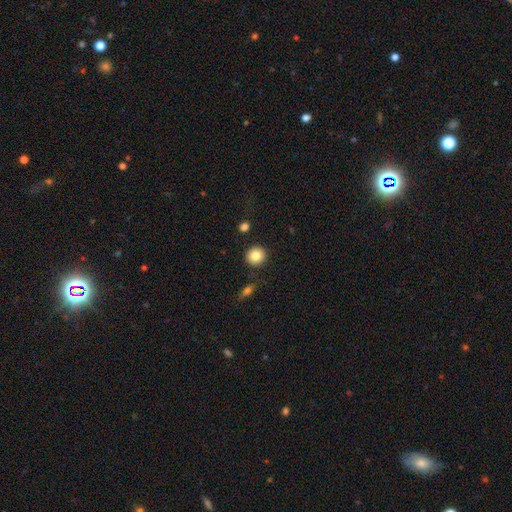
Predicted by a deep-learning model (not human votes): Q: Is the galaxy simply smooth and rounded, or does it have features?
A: smooth — 84%.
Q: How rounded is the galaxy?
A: round — 92%.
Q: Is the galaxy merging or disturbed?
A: none — 89%.